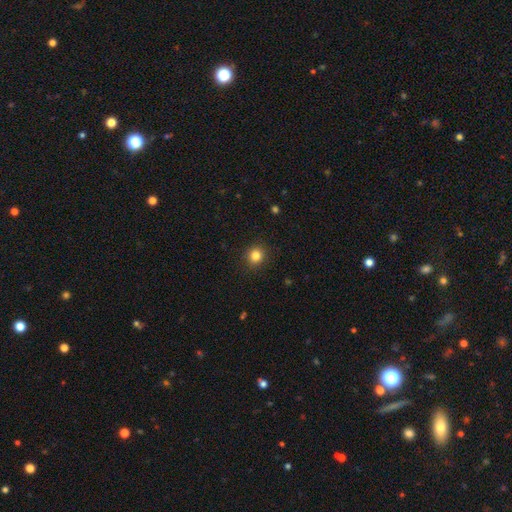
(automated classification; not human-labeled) smooth-or-featured: smooth: 83% | star or artifact: 12% | featured or disk: 5%
  how-rounded: round: 87% | in between: 12% | cigar-shaped: 1%
  merging: none: 90% | minor disturbance: 6% | major disturbance: 2% | merger: 1%